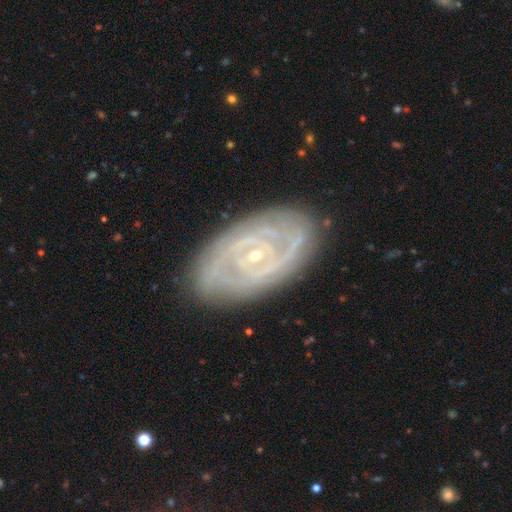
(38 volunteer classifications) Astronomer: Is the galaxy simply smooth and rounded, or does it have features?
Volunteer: featured or disk — 79%.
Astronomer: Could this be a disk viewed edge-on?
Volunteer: no — 93%.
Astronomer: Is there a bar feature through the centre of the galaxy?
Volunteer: no — 61%.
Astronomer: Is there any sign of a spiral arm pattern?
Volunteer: yes — 86%.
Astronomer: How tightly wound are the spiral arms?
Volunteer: tight — 71%.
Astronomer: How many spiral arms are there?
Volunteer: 2 — 50%.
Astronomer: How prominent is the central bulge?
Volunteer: small — 71%.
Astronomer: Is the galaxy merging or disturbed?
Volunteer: none — 80%.